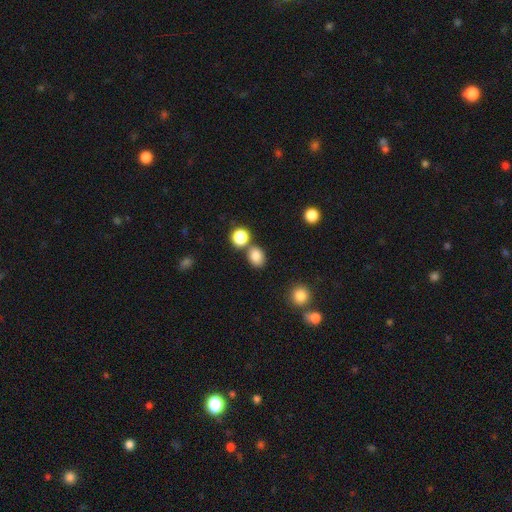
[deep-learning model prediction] smooth-or-featured: smooth: 83% | star or artifact: 11% | featured or disk: 5%
  how-rounded: in between: 55% | round: 43% | cigar-shaped: 1%
  merging: none: 69% | merger: 16% | minor disturbance: 11% | major disturbance: 3%